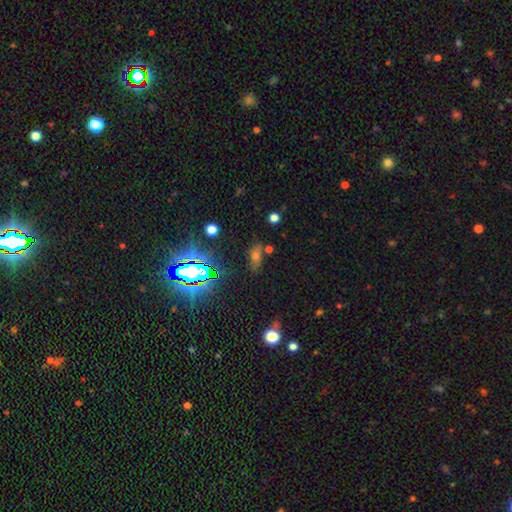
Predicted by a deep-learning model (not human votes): Smooth or featured? Predicted: star or artifact (p=0.47).